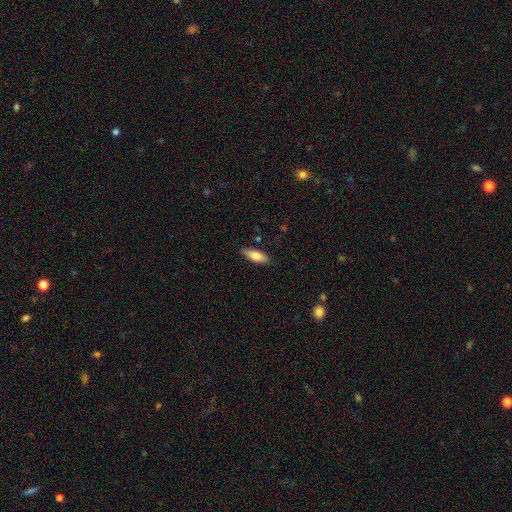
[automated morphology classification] Overall: smooth (76%). How rounded: in between (66%; cigar-shaped 32%). Merging: none (84%).